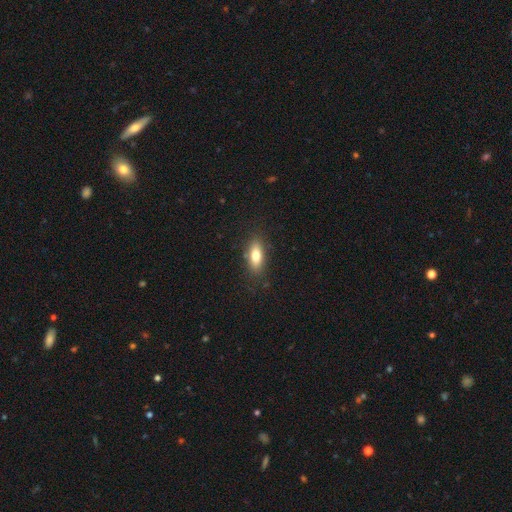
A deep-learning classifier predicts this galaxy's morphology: smooth-or-featured: smooth: 77% | featured or disk: 16% | star or artifact: 8%
  how-rounded: in between: 79% | cigar-shaped: 17% | round: 4%
  merging: none: 83% | minor disturbance: 12% | major disturbance: 3% | merger: 1%